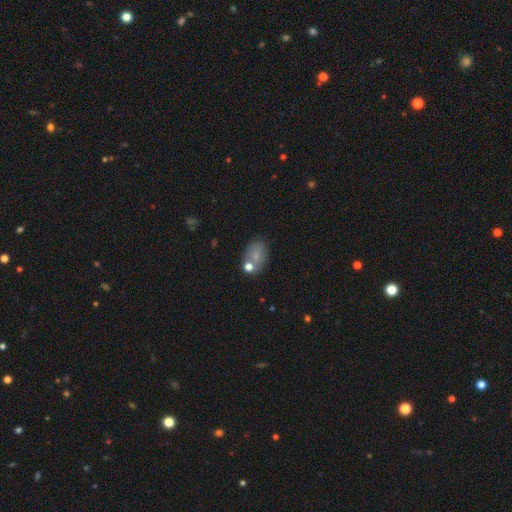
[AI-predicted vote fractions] Smooth or featured? smooth (74%)
How rounded? in between (81%)
Merging? none (60%)